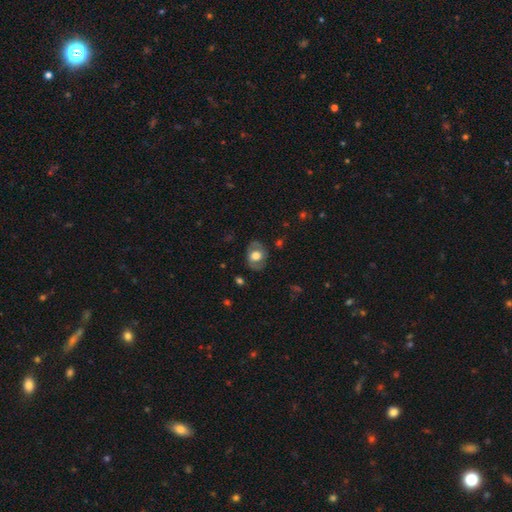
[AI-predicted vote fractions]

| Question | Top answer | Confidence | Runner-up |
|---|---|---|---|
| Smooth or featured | smooth | 56% | featured or disk (37%) |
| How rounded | in between | 62% | round (37%) |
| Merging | none | 79% | minor disturbance (15%) |